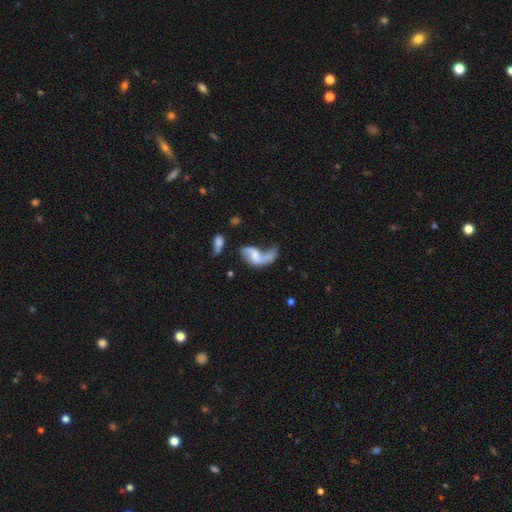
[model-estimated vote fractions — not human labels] A featured or disk galaxy (67%) with no bar (47%), spiral arms (78%) and no central bulge (40%). Merging: major disturbance (33%).